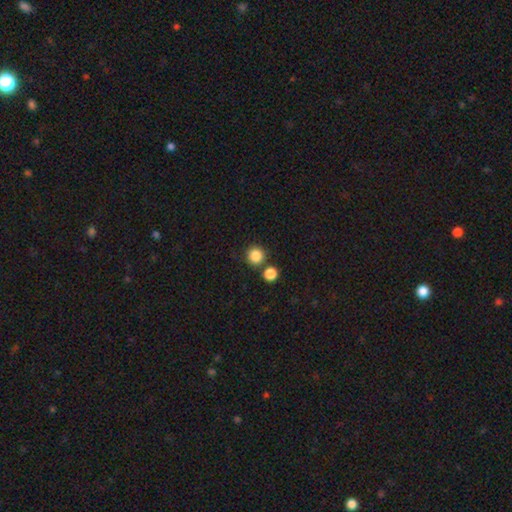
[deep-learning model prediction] A smooth galaxy with no disk features (86%) that is round (94%). Merging: none (78%).